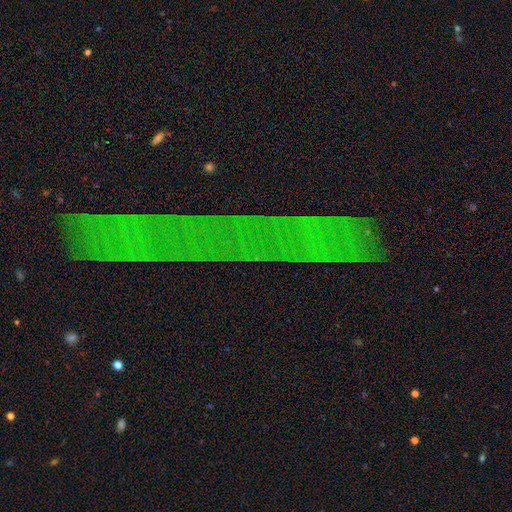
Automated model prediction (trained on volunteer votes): Overall: star or artifact (76%).